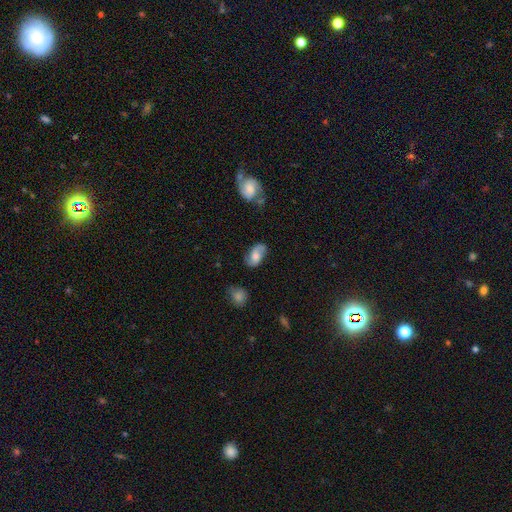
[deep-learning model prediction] Smooth or featured? Predicted: featured or disk (p=0.50). Merging? Predicted: none (p=0.66).